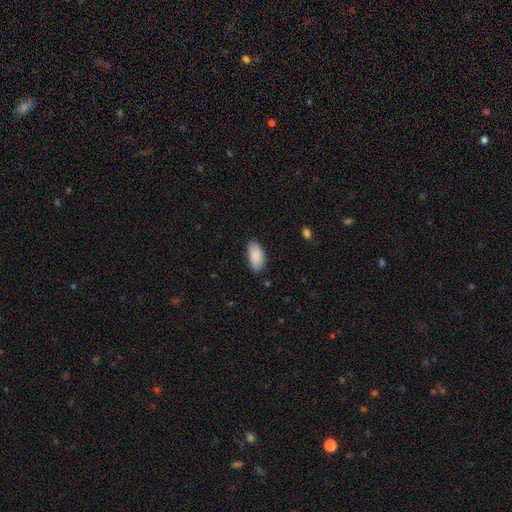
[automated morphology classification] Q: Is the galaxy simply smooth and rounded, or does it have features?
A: smooth — 89%.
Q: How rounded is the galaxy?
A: in between — 93%.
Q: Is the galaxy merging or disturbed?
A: none — 81%.